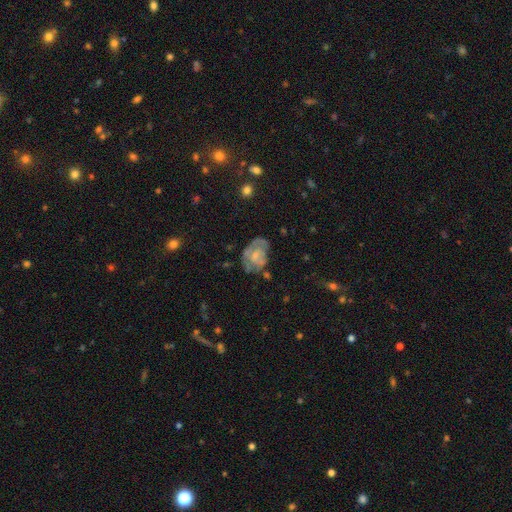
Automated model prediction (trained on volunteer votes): Smooth or featured?
  - featured or disk: 58% *
  - smooth: 34%
  - star or artifact: 7%
Edge-on disk?
  - no: 97% *
  - yes: 3%
Bar?
  - no: 74% *
  - weak: 22%
  - strong: 4%
Spiral arms?
  - yes: 53% *
  - no: 47%
Bulge size?
  - small: 54% *
  - moderate: 27%
  - none: 15%
  - large: 3%
  - dominant: 1%
Merging?
  - none: 46% *
  - minor disturbance: 30%
  - major disturbance: 21%
  - merger: 3%